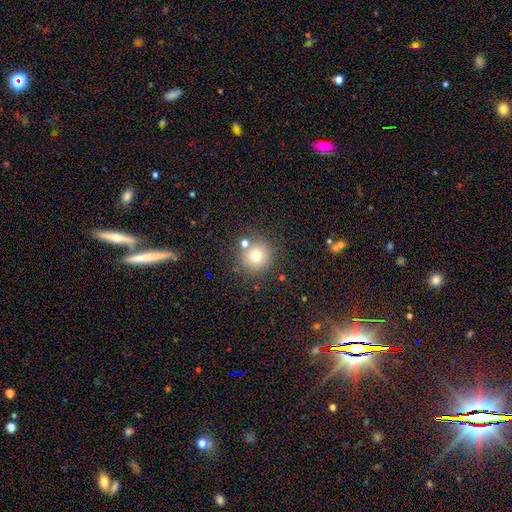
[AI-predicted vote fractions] Smooth or featured?
  - smooth: 72% *
  - star or artifact: 15%
  - featured or disk: 12%
How rounded?
  - round: 94% *
  - in between: 5%
  - cigar-shaped: 1%
Merging?
  - none: 77% *
  - merger: 12%
  - minor disturbance: 8%
  - major disturbance: 3%